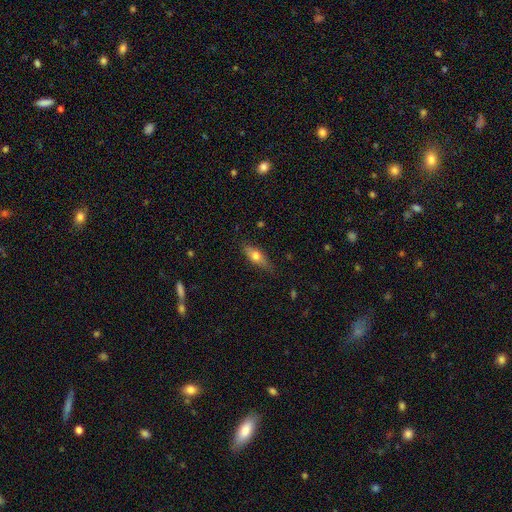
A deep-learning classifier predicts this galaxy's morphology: A smooth galaxy with no disk features (62%) that is in between round and cigar-shaped (62%).

Vote fractions:
- Smooth or featured? smooth: 62% / featured or disk: 31% / star or artifact: 7%
- How rounded? in between: 62% / cigar-shaped: 34% / round: 4%
- Merging? none: 77% / minor disturbance: 18% / major disturbance: 3% / merger: 1%